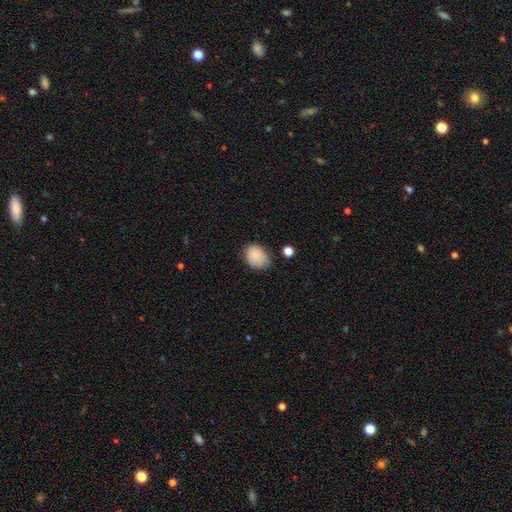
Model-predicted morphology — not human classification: smooth_or_featured: smooth (p=0.87) [alt: star or artifact p=0.08]
how_rounded: in between (p=0.67) [alt: round p=0.32]
merging: none (p=0.69) [alt: minor disturbance p=0.23]